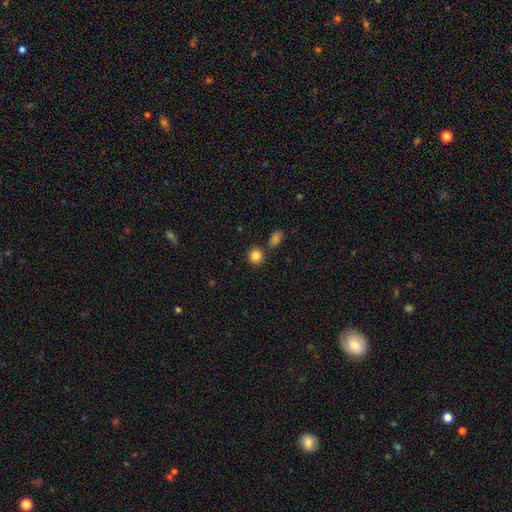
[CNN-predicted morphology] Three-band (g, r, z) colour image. It shows a smooth galaxy with no disk features (85%) that is round (88%). Merging: none (80%).